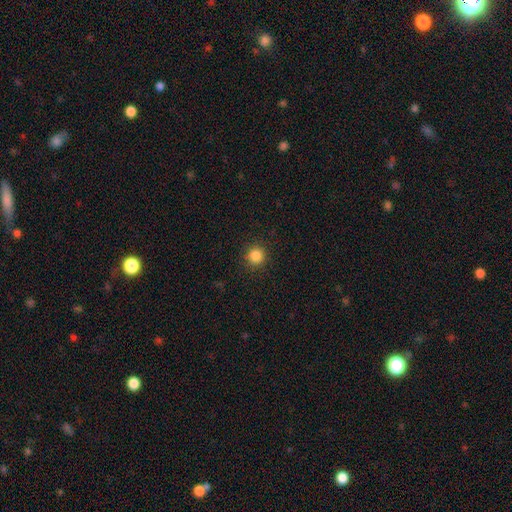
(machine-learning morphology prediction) This is clearly a smooth galaxy (84%). How rounded: clearly round (94%). Merging: clearly none (91%).